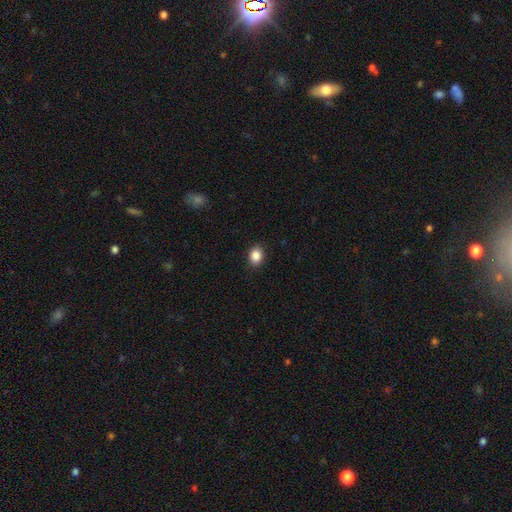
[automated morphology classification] A smooth galaxy with no disk features (87%) that is in between round and cigar-shaped (55%). Merging: none (89%).